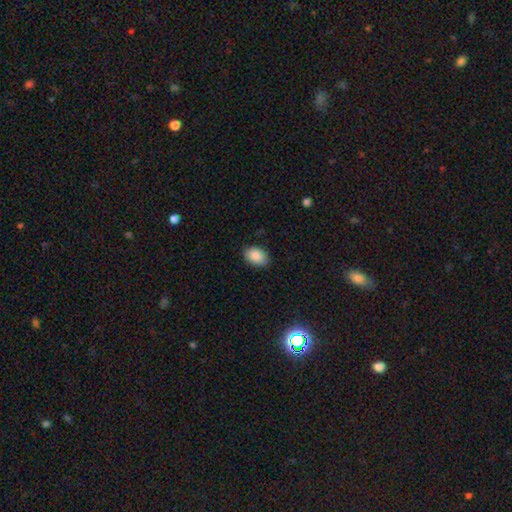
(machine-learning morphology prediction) smooth-or-featured: smooth: 89% | star or artifact: 7% | featured or disk: 3%
  how-rounded: in between: 81% | round: 18% | cigar-shaped: 1%
  merging: none: 82% | minor disturbance: 14% | major disturbance: 3% | merger: 1%